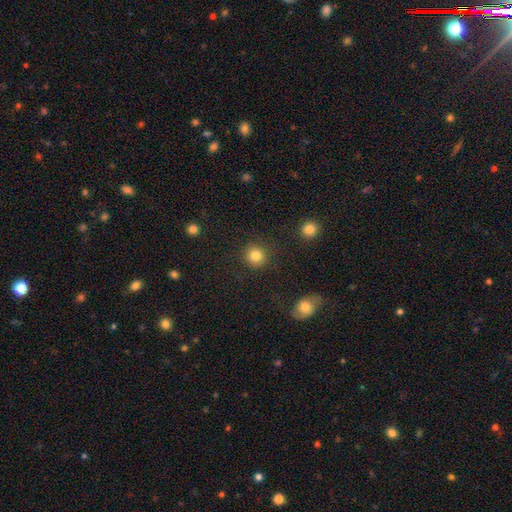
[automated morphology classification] The model was most divided on "smooth or featured": smooth: 84%, star or artifact: 11%, featured or disk: 5%. More confident: how rounded — round (93%); merging — none (90%).